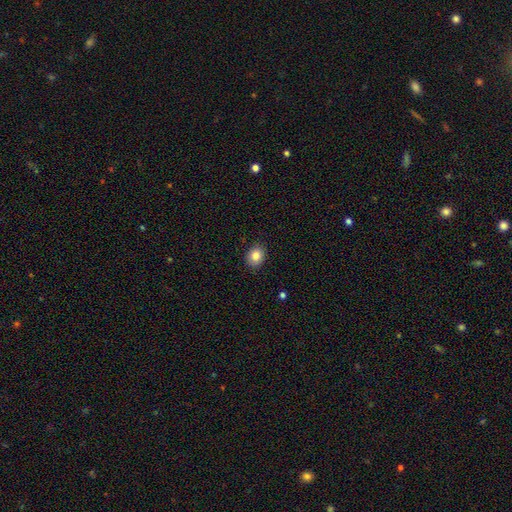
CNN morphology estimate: This appears to be a smooth galaxy with no disk features (84%) that is in between round and cigar-shaped (53%). Merging: none (88%).